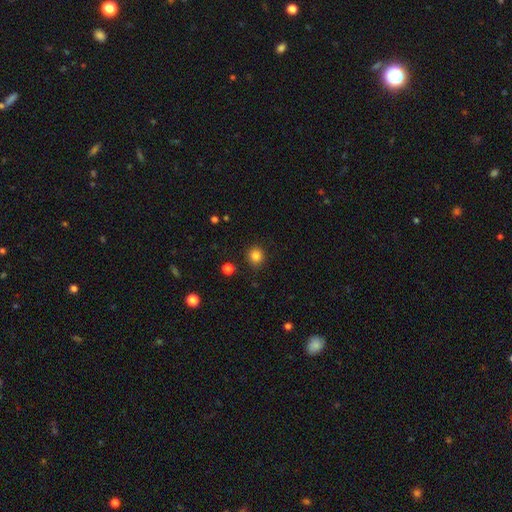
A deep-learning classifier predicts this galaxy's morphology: Smooth or featured: smooth — 83% (star or artifact — 12%)
How rounded: round — 90% (in between — 9%)
Merging: none — 89% (minor disturbance — 7%)